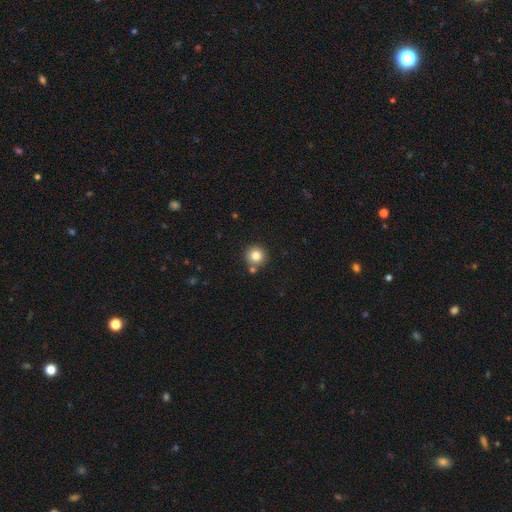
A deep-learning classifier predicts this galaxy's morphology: Q: Smooth or featured?
A: smooth (83%); runner-up: star or artifact (11%)
Q: How rounded?
A: round (94%); runner-up: in between (5%)
Q: Merging?
A: none (79%); runner-up: merger (11%)